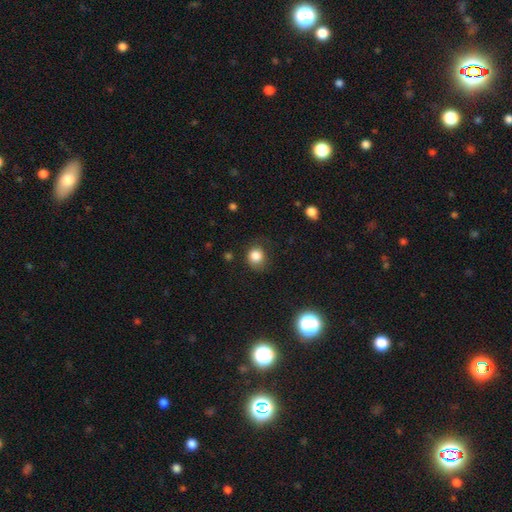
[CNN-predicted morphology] This is clearly a smooth galaxy (83%). How rounded: clearly round (80%). Merging: likely none (66%).